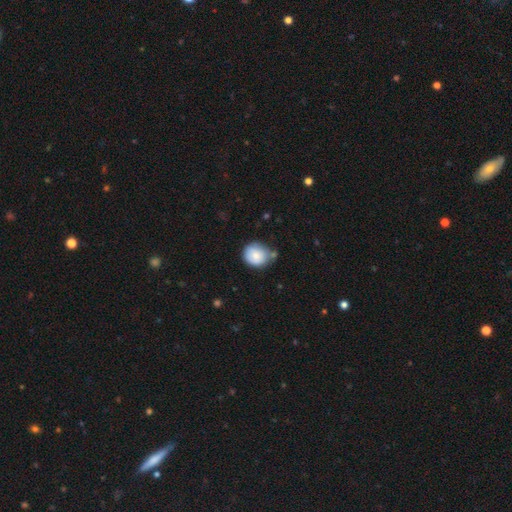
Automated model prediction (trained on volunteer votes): The model was most divided on "merging": none: 55%, minor disturbance: 28%, merger: 11%, major disturbance: 6%. More confident: how rounded — round (82%); smooth or featured — smooth (78%).